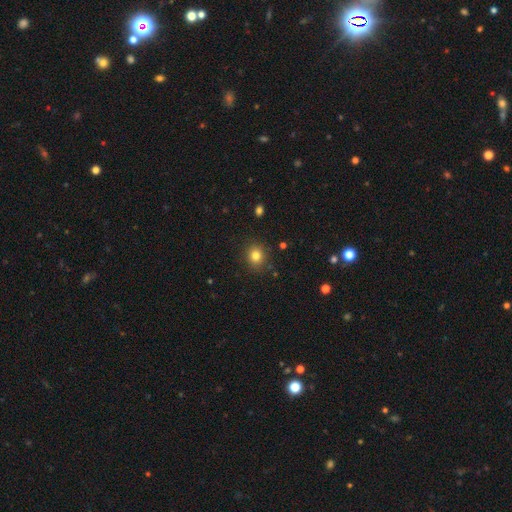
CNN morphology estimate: This is clearly a smooth galaxy (81%). How rounded: clearly round (81%). Merging: clearly none (87%).